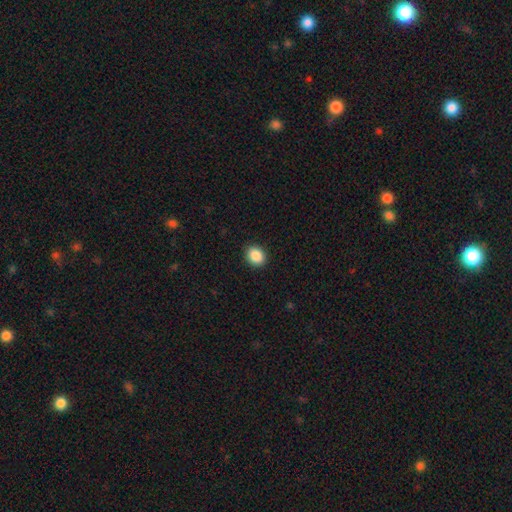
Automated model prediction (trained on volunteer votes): This appears to be a smooth galaxy with no disk features (89%) that is round (58%). Merging: none (91%).